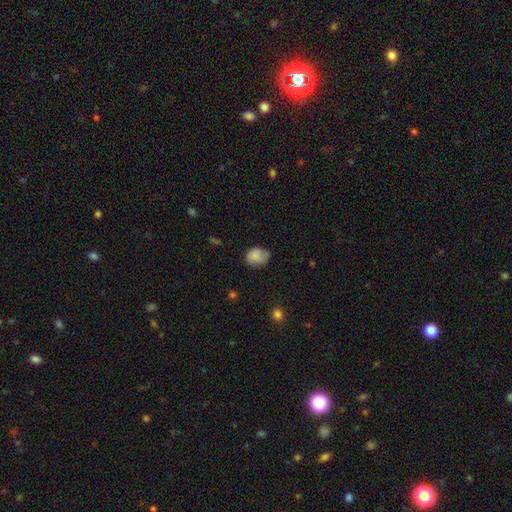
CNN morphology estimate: The model was most divided on "how rounded": in between: 56%, round: 43%, cigar-shaped: 1%. More confident: smooth or featured — smooth (75%); merging — none (59%).